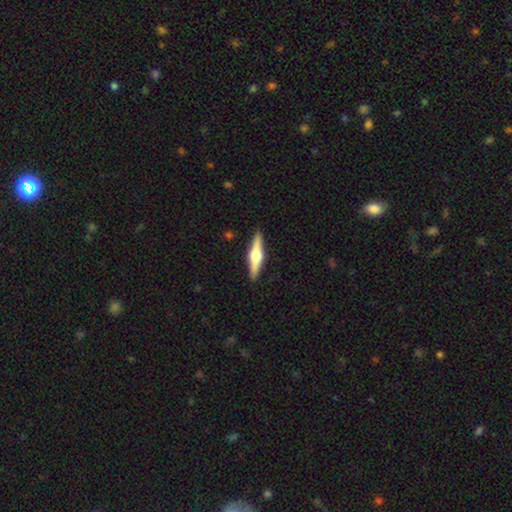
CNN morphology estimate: Smooth or featured: featured or disk — 70% (smooth — 24%)
Edge-on disk: yes — 98% (no — 2%)
Edge-on bulge: rounded — 93% (boxy — 5%)
Merging: none — 91% (minor disturbance — 7%)